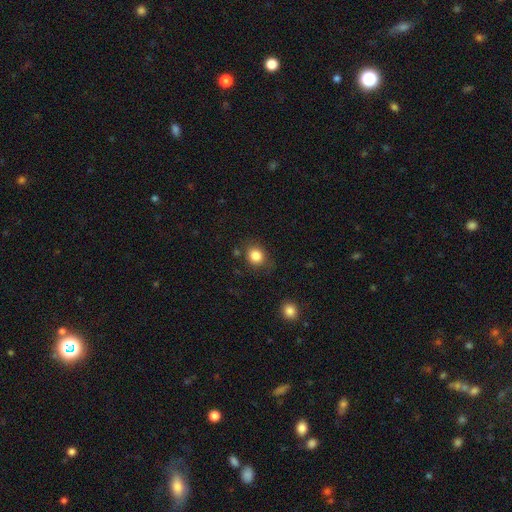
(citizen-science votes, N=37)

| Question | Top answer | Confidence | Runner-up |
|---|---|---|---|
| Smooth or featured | smooth | 95% | featured or disk (3%) |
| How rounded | in between | 51% | round (49%) |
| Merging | none | 75% | minor disturbance (19%) |